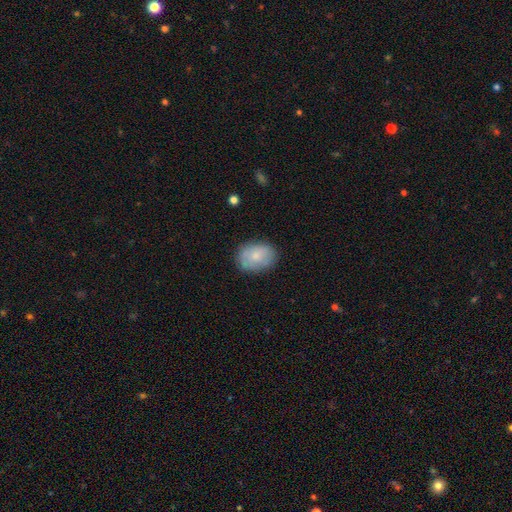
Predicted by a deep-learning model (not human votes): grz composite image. It shows a smooth galaxy with no disk features (77%) that is in between round and cigar-shaped (72%). Merging: none (80%).